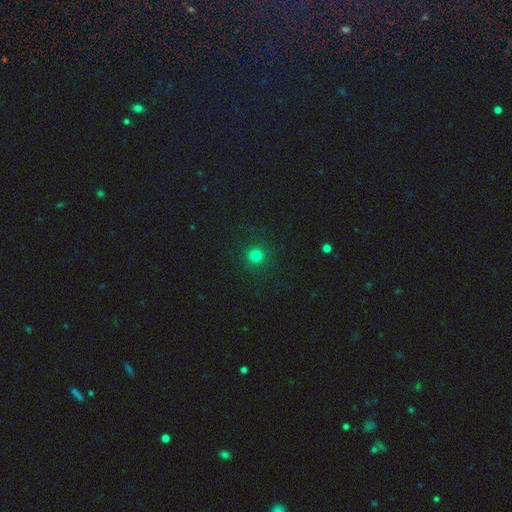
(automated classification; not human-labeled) This is likely a smooth galaxy (78%). How rounded: clearly round (94%). Merging: clearly none (90%).